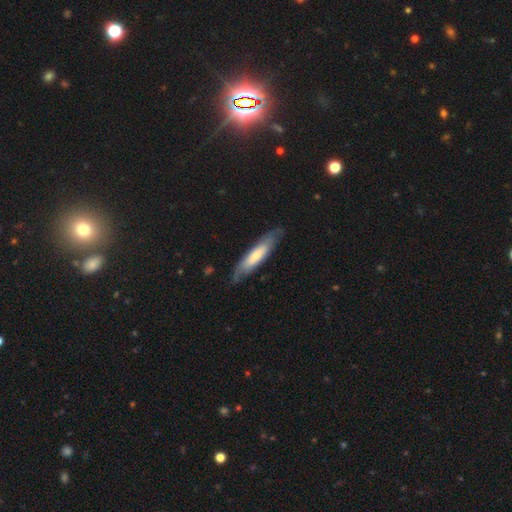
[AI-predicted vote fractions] This is possibly a smooth galaxy (55%). How rounded: likely cigar-shaped (72%). Merging: likely none (76%).